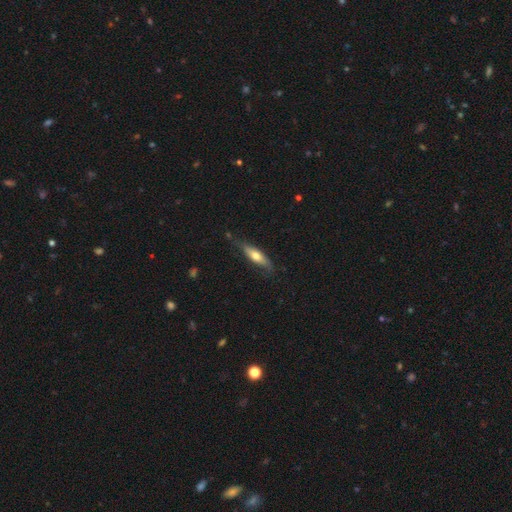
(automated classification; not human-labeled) This is possibly a smooth galaxy (57%). How rounded: likely cigar-shaped (64%). Merging: likely none (66%).